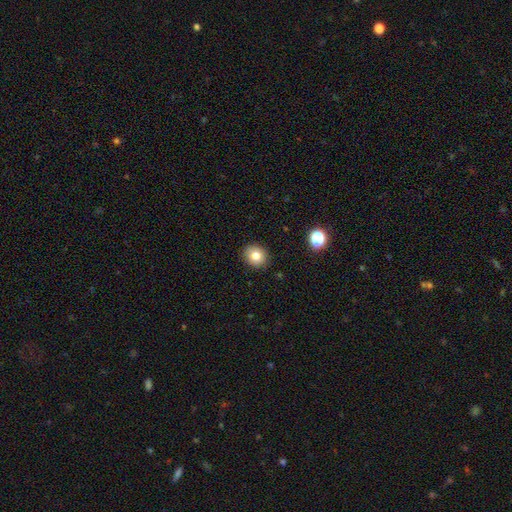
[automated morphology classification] Q: Smooth or featured?
A: smooth (80%); runner-up: star or artifact (11%)
Q: How rounded?
A: round (75%); runner-up: in between (24%)
Q: Merging?
A: none (90%); runner-up: minor disturbance (7%)